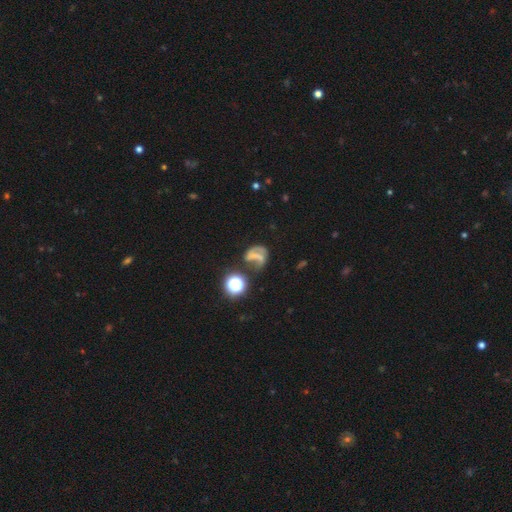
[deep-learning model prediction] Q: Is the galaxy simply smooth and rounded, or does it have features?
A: featured or disk — 50%.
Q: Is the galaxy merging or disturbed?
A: major disturbance — 35%.